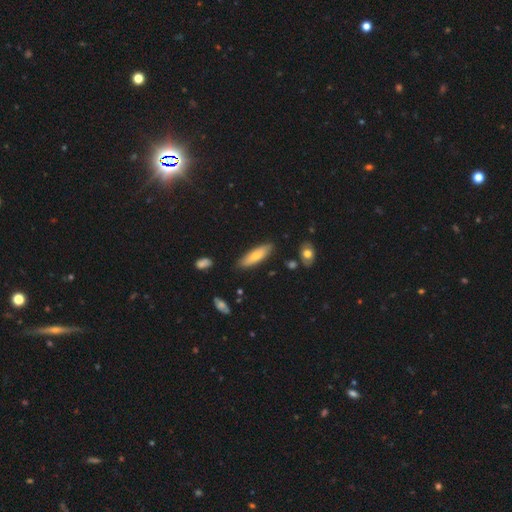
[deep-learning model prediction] smooth_or_featured: smooth (p=0.64) [alt: featured or disk p=0.29]
how_rounded: cigar-shaped (p=0.56) [alt: in between p=0.42]
merging: none (p=0.83) [alt: minor disturbance p=0.13]